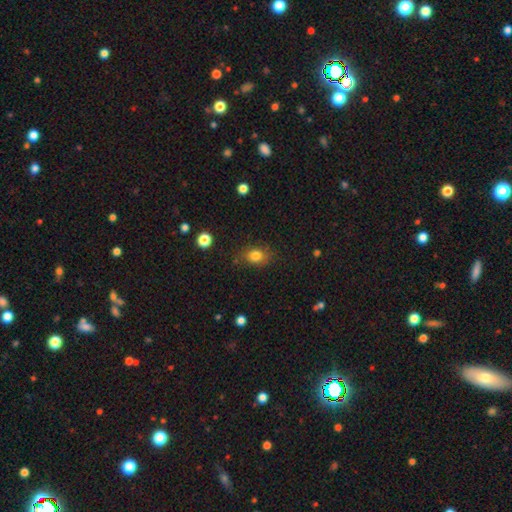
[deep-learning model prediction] Smooth or featured: smooth — 81% (star or artifact — 11%)
How rounded: in between — 57% (round — 41%)
Merging: none — 77% (minor disturbance — 16%)